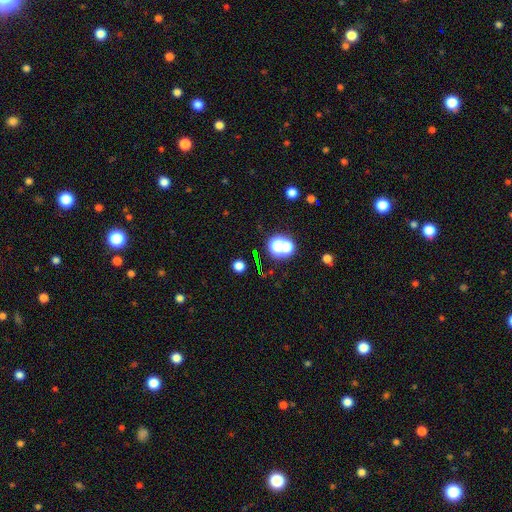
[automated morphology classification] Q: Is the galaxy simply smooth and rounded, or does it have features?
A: smooth — 47%.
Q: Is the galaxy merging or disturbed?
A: none — 72%.